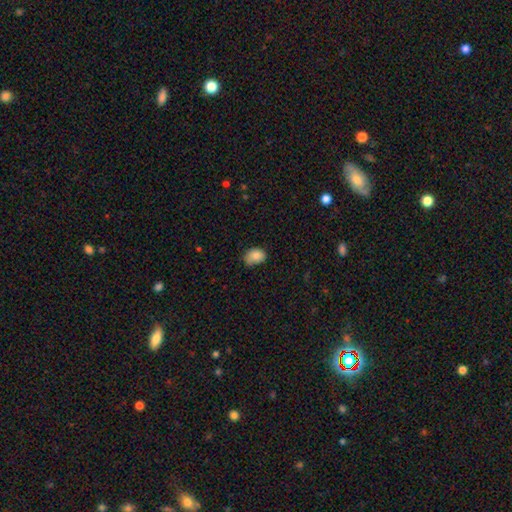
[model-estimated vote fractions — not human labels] Smooth or featured? Predicted: smooth (p=0.84). How rounded? Predicted: in between (p=0.69). Merging? Predicted: none (p=0.57).